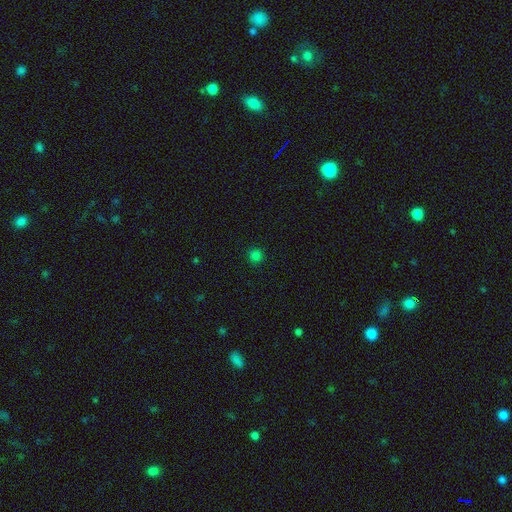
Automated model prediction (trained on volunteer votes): A smooth galaxy with no disk features (80%) that is round (94%).

Vote fractions:
- Smooth or featured? smooth: 80% / star or artifact: 17% / featured or disk: 3%
- How rounded? round: 94% / in between: 5% / cigar-shaped: 1%
- Merging? none: 92% / minor disturbance: 5% / major disturbance: 2% / merger: 1%